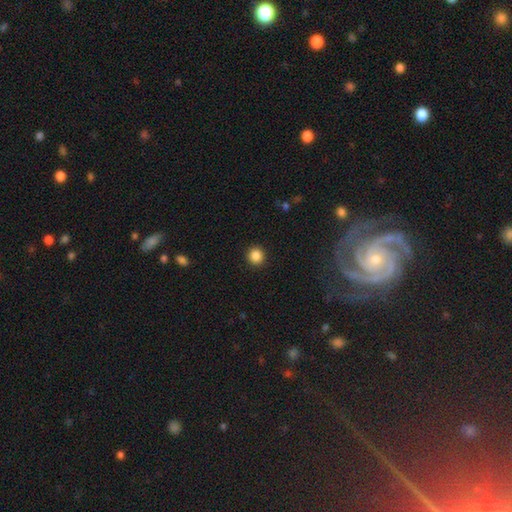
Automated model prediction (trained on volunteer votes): Overall: smooth (87%). How rounded: round (91%). Merging: none (92%).